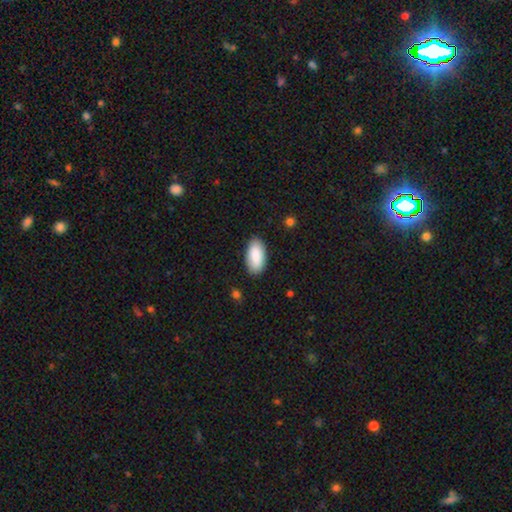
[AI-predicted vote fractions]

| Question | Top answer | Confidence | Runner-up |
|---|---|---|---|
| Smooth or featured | smooth | 89% | featured or disk (5%) |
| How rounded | in between | 94% | cigar-shaped (4%) |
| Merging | none | 87% | minor disturbance (9%) |